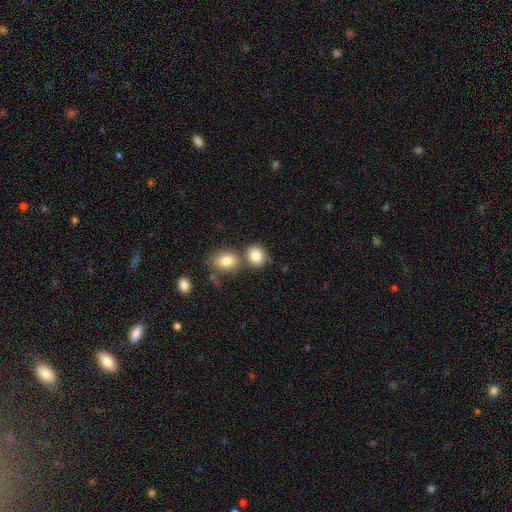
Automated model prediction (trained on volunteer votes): smooth_or_featured: smooth (p=0.84) [alt: star or artifact p=0.09]
how_rounded: round (p=0.66) [alt: in between p=0.33]
merging: none (p=0.52) [alt: merger p=0.33]